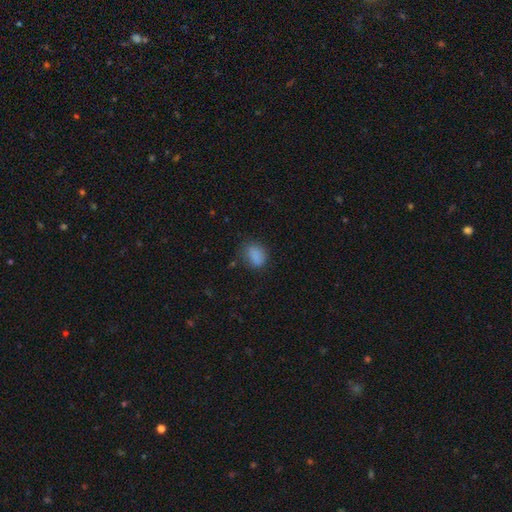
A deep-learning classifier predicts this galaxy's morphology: Smooth or featured: smooth — 84% (star or artifact — 11%)
How rounded: in between — 63% (round — 35%)
Merging: none — 66% (minor disturbance — 23%)